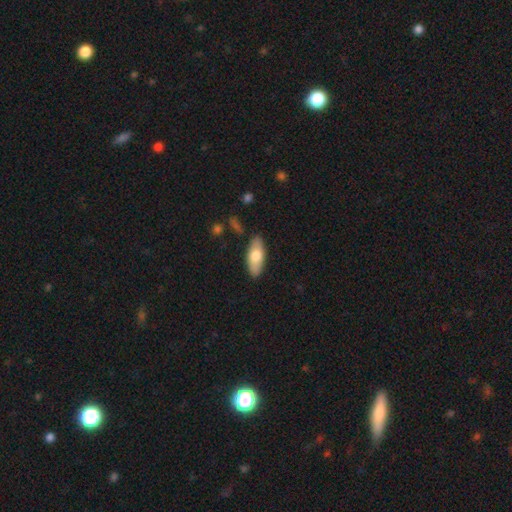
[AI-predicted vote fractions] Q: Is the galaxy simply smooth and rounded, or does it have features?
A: smooth — 72%.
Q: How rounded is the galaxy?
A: in between — 81%.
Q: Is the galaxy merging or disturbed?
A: none — 87%.